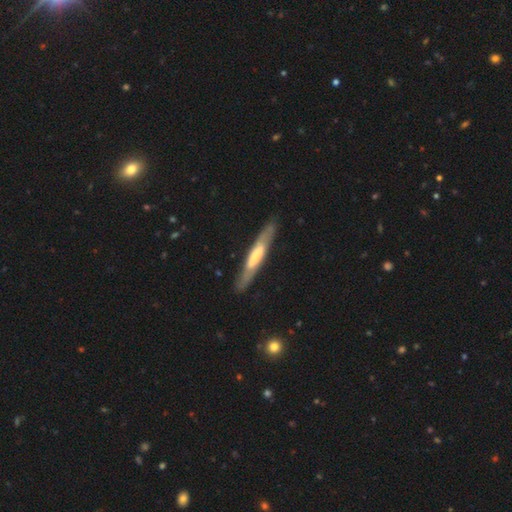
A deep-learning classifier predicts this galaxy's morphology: Overall: featured or disk (57%; smooth 38%). Edge-on disk: yes (72%). Merging: none (84%).